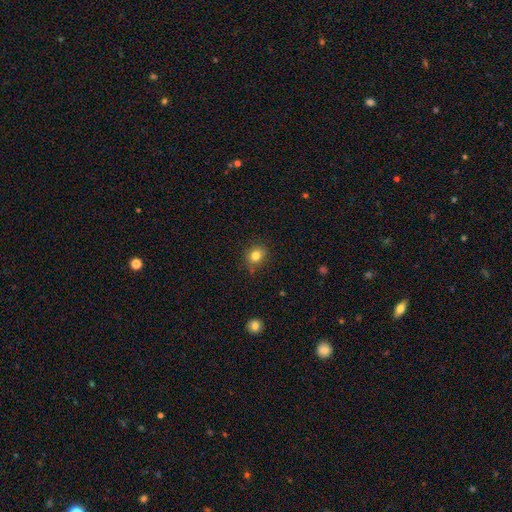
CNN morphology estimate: smooth-or-featured: smooth: 81% | star or artifact: 12% | featured or disk: 7%
  how-rounded: round: 66% | in between: 33% | cigar-shaped: 1%
  merging: none: 82% | minor disturbance: 13% | major disturbance: 3% | merger: 2%